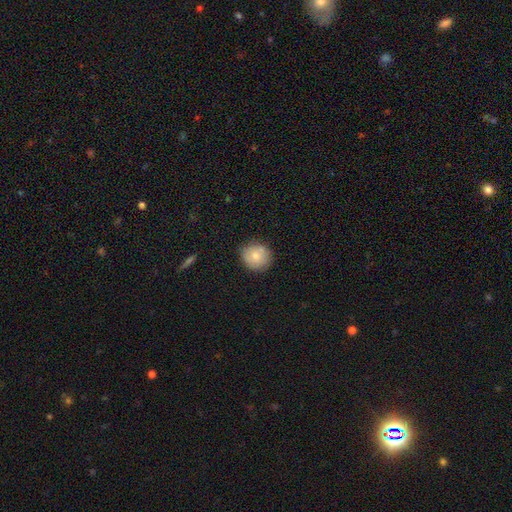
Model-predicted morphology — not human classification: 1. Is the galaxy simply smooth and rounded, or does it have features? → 76% smooth, 16% featured or disk, 8% star or artifact.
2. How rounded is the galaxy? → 88% round, 11% in between, 1% cigar-shaped.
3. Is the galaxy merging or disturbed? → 81% none, 13% minor disturbance, 3% merger, 3% major disturbance.